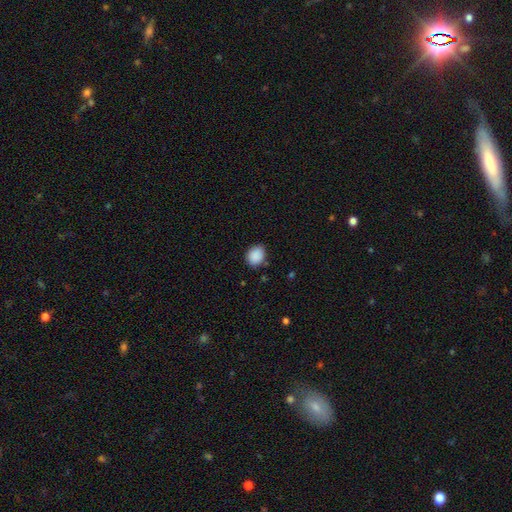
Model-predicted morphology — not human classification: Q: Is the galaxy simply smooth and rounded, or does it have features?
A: smooth — 89%.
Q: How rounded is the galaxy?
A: in between — 51%.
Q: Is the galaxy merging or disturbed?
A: none — 79%.